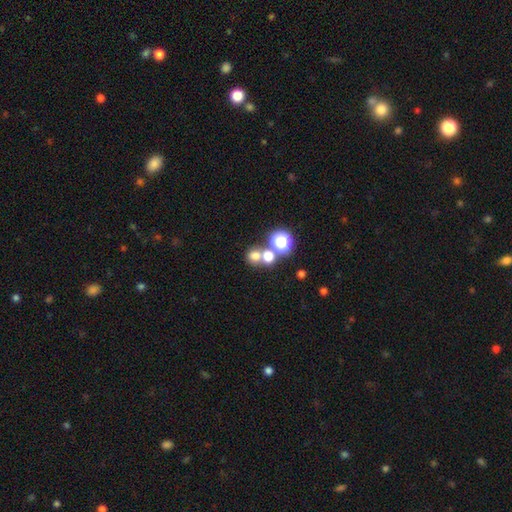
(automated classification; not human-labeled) Smooth or featured? Predicted: smooth (p=0.67). How rounded? Predicted: round (p=0.84). Merging? Predicted: none (p=0.53).